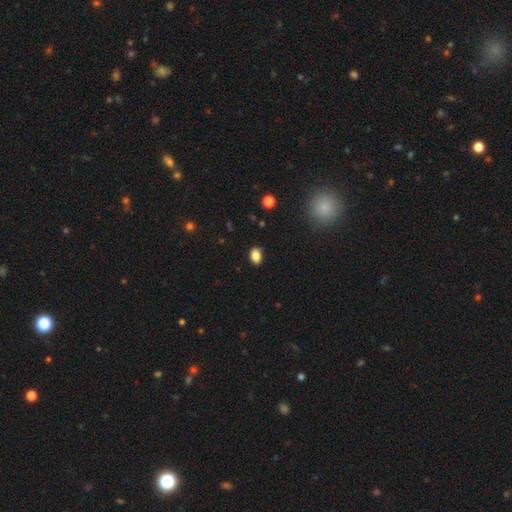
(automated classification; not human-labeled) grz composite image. It shows a smooth galaxy with no disk features (84%) that is in between round and cigar-shaped (75%). Merging: none (86%).